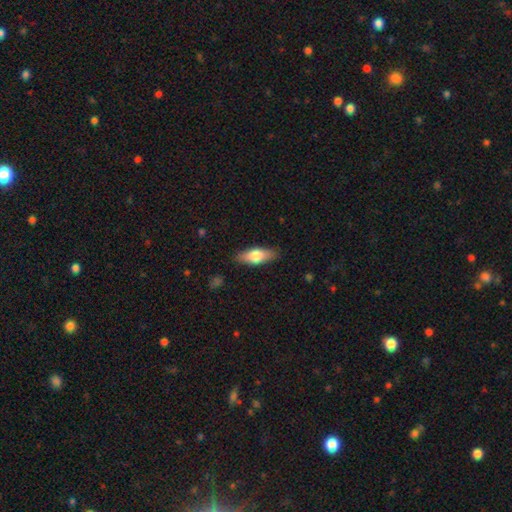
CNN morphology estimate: smooth_or_featured: smooth (p=0.68) [alt: featured or disk p=0.26]
how_rounded: in between (p=0.72) [alt: cigar-shaped p=0.25]
merging: none (p=0.86) [alt: minor disturbance p=0.11]